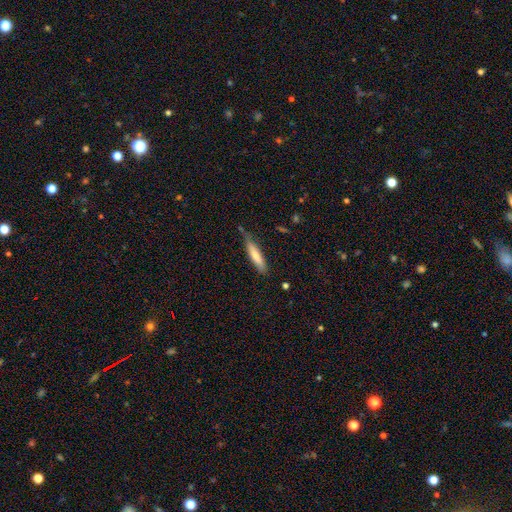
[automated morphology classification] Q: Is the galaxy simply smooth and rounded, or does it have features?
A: smooth — 69%.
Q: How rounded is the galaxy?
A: cigar-shaped — 84%.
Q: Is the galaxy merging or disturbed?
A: none — 66%.